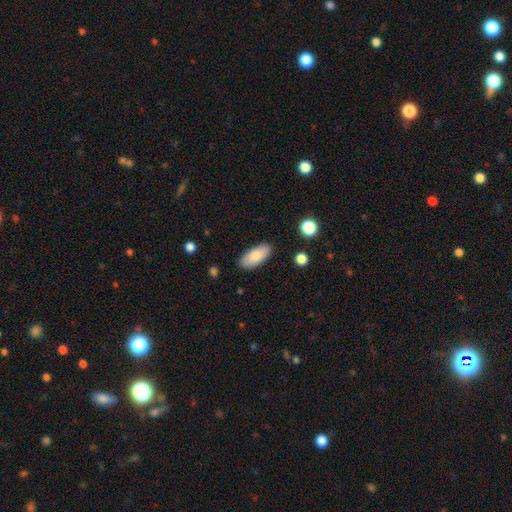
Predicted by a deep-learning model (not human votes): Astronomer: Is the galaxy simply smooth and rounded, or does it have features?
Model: smooth — 81%.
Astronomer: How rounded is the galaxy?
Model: in between — 89%.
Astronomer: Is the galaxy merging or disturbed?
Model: none — 87%.